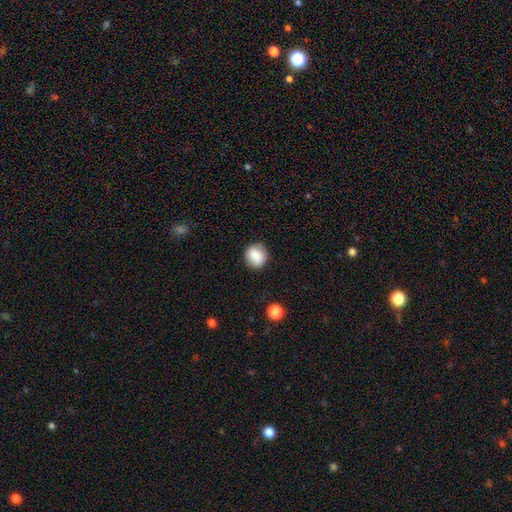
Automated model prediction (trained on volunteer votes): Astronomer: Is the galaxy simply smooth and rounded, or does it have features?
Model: smooth — 83%.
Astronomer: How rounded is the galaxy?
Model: round — 81%.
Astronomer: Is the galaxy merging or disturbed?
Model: none — 85%.